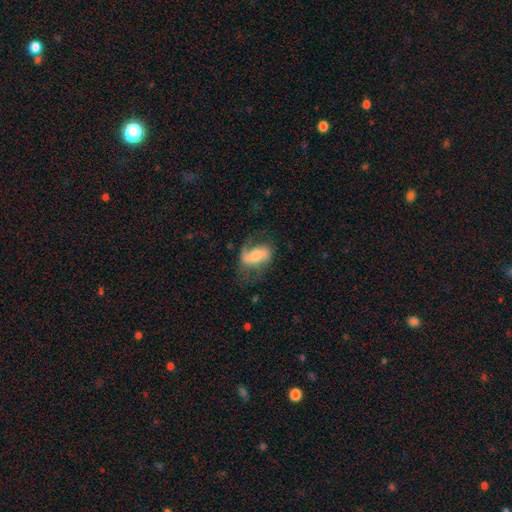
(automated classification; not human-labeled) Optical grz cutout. It shows a featured or disk galaxy (64%) with a weak bar (37%), 2 (65%) loose (53%) spiral arms (85%) and a moderate central bulge (48%). Merging: none (50%).